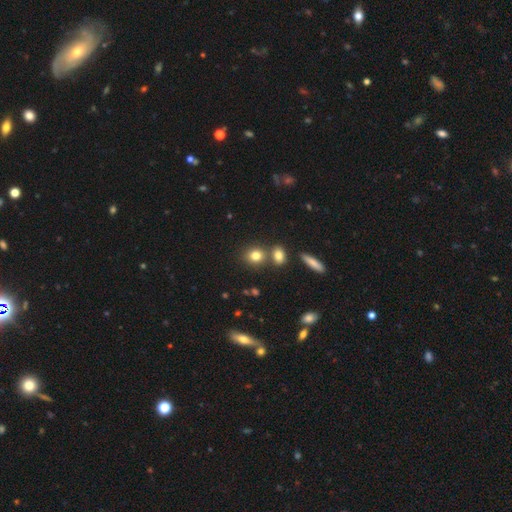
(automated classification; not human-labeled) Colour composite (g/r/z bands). It shows a smooth galaxy with no disk features (79%) that is round (71%). Merging: none (66%).